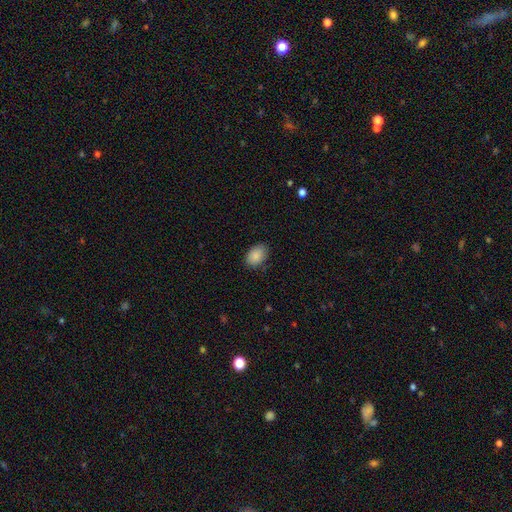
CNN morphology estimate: This is clearly a smooth galaxy (88%). How rounded: clearly in between (86%). Merging: clearly none (82%).